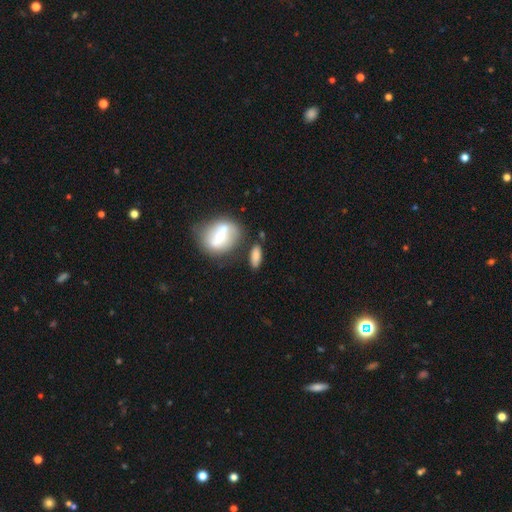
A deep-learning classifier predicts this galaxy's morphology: Smooth or featured? Predicted: smooth (p=0.76). How rounded? Predicted: in between (p=0.72). Merging? Predicted: none (p=0.66).